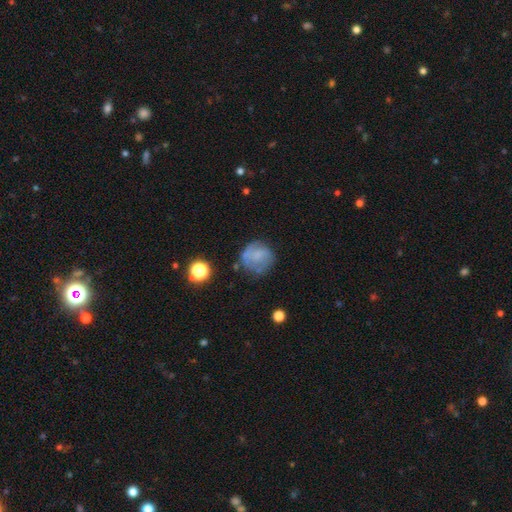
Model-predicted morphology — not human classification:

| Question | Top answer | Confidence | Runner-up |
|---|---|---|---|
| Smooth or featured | smooth | 47% | featured or disk (42%) |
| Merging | none | 58% | minor disturbance (24%) |